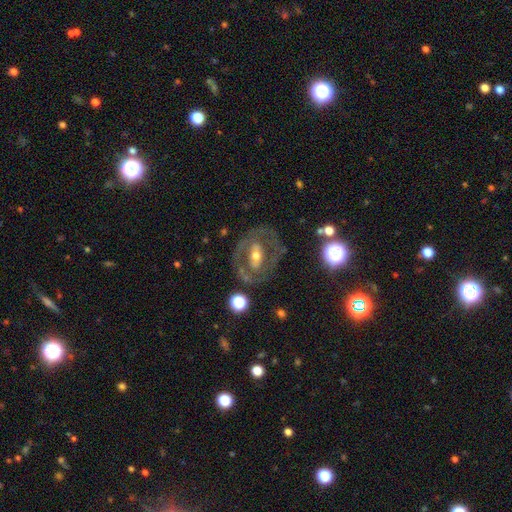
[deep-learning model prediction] This is likely a featured or disk galaxy (75%). It is clearly not viewed edge-on (94%). Bar: marginally strong (36%). Spiral arm pattern: possibly yes (51%). Central bulge: possibly moderate (55%). Merging: likely none (73%).